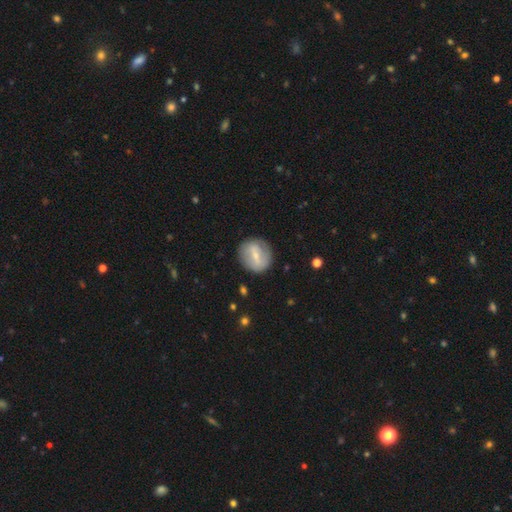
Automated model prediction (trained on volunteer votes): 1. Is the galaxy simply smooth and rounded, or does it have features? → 49% featured or disk, 45% smooth, 7% star or artifact.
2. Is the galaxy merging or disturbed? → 82% none, 12% minor disturbance, 4% major disturbance, 1% merger.